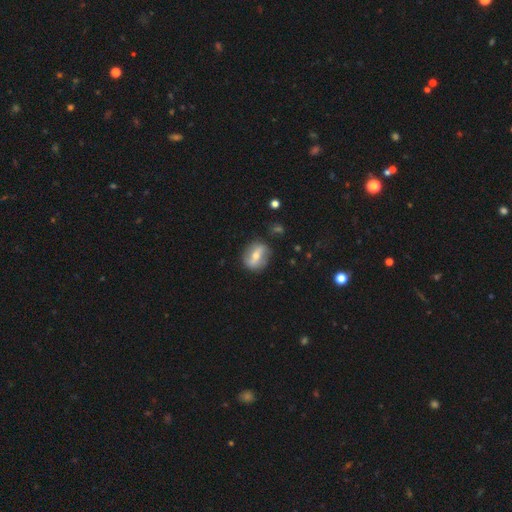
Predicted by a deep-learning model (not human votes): Morphology: type=featured or disk (58%); edge-on=no (87%); bar=strong (55%); spiral arms=no (51%); bulge=moderate (56%); merging=none (81%).